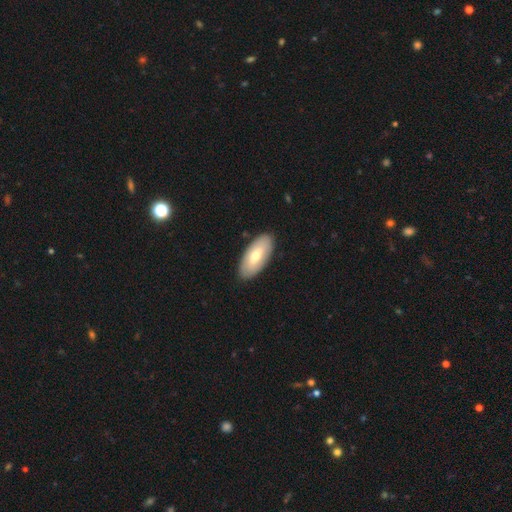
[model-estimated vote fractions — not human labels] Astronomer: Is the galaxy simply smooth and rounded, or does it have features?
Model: smooth — 64%.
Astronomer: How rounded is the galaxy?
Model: in between — 90%.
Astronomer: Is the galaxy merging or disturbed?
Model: none — 88%.